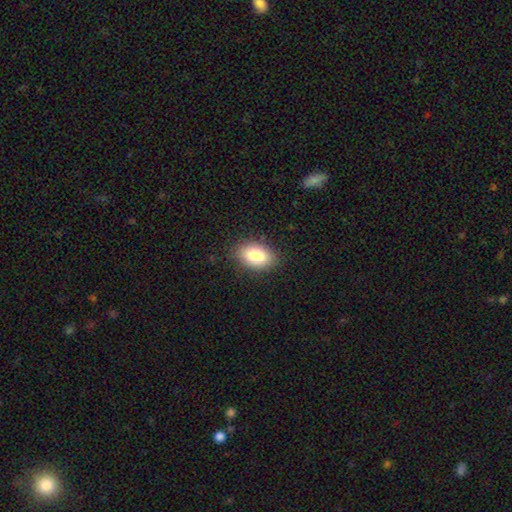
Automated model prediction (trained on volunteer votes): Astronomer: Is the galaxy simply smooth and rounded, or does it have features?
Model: smooth — 85%.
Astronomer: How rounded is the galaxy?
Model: in between — 91%.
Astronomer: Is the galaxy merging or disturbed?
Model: none — 85%.